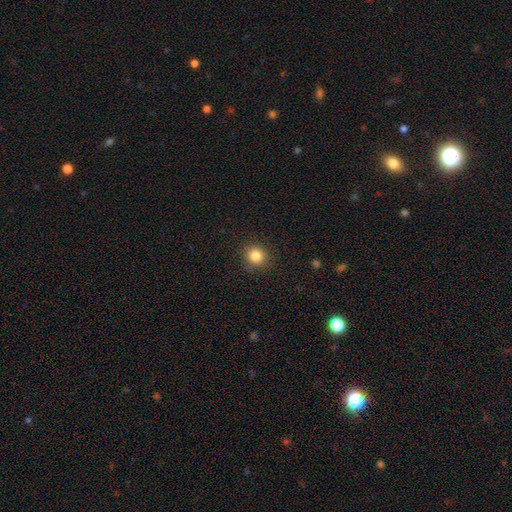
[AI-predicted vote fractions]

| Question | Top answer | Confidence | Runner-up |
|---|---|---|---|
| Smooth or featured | smooth | 84% | star or artifact (11%) |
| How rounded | round | 87% | in between (12%) |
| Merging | none | 89% | minor disturbance (8%) |